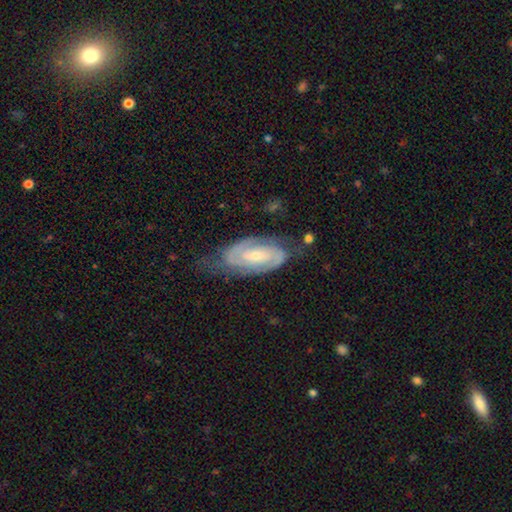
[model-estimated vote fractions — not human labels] Smooth or featured?
  - featured or disk: 85% *
  - smooth: 10%
  - star or artifact: 5%
Edge-on disk?
  - no: 95% *
  - yes: 5%
Bar?
  - weak: 44% *
  - no: 38%
  - strong: 19%
Spiral arms?
  - yes: 96% *
  - no: 4%
Spiral winding?
  - tight: 57% *
  - medium: 35%
  - loose: 8%
Spiral arm count?
  - 2: 81% *
  - can't tell: 10%
  - 3: 4%
  - 1: 2%
  - 4: 1%
  - more than 4: 1%
Bulge size?
  - small: 58% *
  - moderate: 37%
  - none: 3%
  - large: 2%
  - dominant: 1%
Merging?
  - none: 66% *
  - minor disturbance: 23%
  - major disturbance: 9%
  - merger: 2%